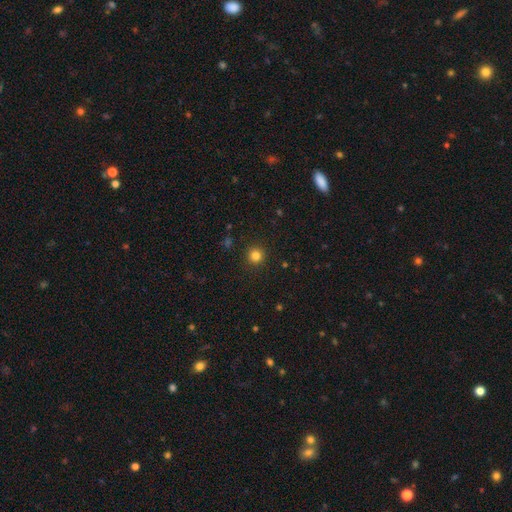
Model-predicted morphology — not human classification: smooth 82%, star or artifact 13%, featured or disk 4%. Down the decision tree: how rounded — round (95%); merging — none (92%).